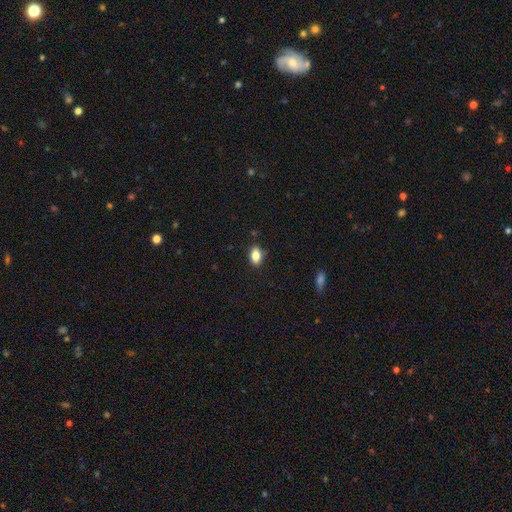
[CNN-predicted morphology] smooth-or-featured: smooth: 84% | star or artifact: 8% | featured or disk: 7%
  how-rounded: in between: 88% | round: 10% | cigar-shaped: 3%
  merging: none: 86% | minor disturbance: 10% | major disturbance: 2% | merger: 1%